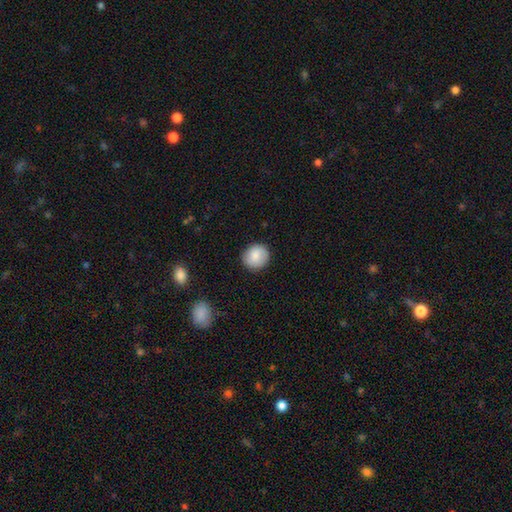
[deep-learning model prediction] This appears to be a smooth galaxy with no disk features (84%) that is round (85%). Merging: none (87%).